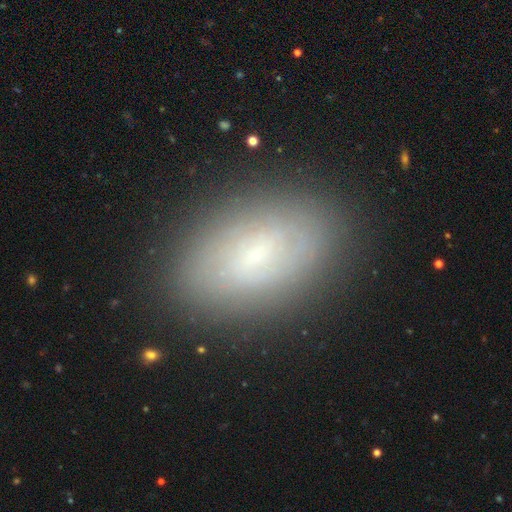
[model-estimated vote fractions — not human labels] The model was most divided on "smooth or featured": smooth: 55%, featured or disk: 35%, star or artifact: 11%. More confident: how rounded — in between (91%); merging — none (83%).